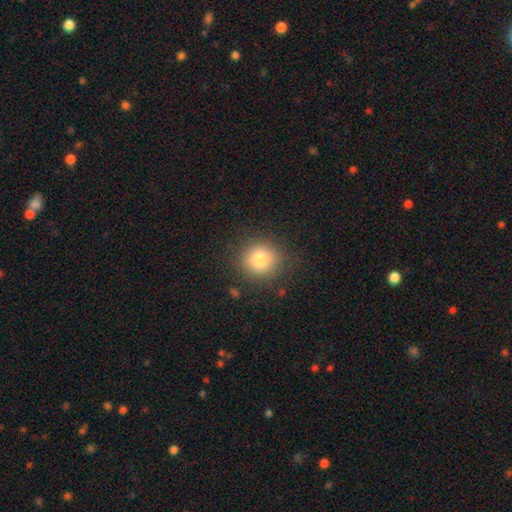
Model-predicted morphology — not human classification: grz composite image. It shows a smooth galaxy with no disk features (74%) that is round (89%). Merging: none (90%).